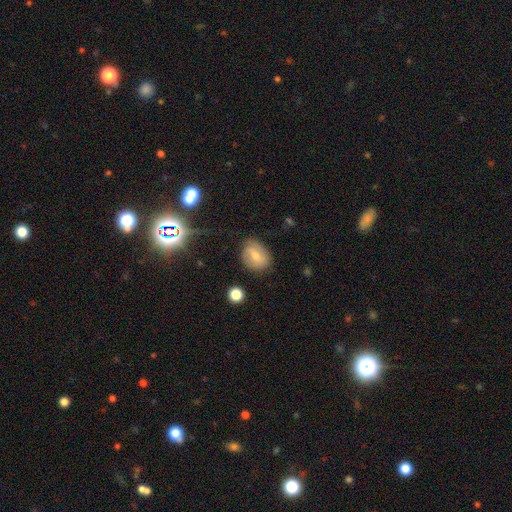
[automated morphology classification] smooth_or_featured: smooth (p=0.56) [alt: featured or disk p=0.34]
how_rounded: in between (p=0.54) [alt: round p=0.45]
merging: none (p=0.75) [alt: minor disturbance p=0.18]